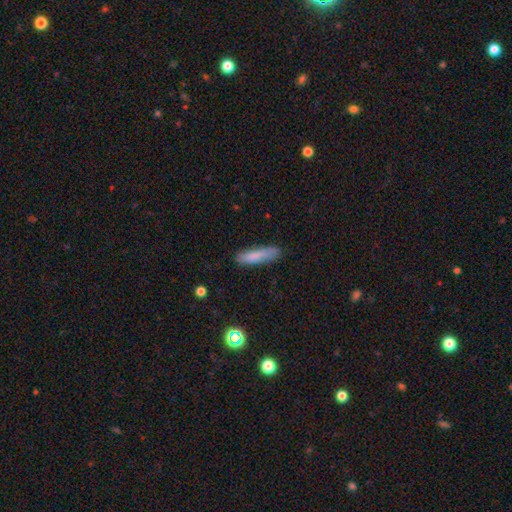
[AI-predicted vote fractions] Overall: smooth (81%). How rounded: cigar-shaped (79%). Merging: none (78%).